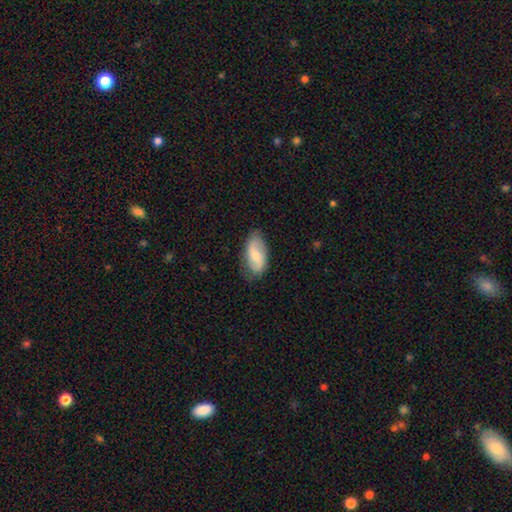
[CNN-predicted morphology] Q: Smooth or featured?
A: smooth (53%); runner-up: featured or disk (41%)
Q: How rounded?
A: in between (92%); runner-up: round (4%)
Q: Merging?
A: none (72%); runner-up: minor disturbance (21%)